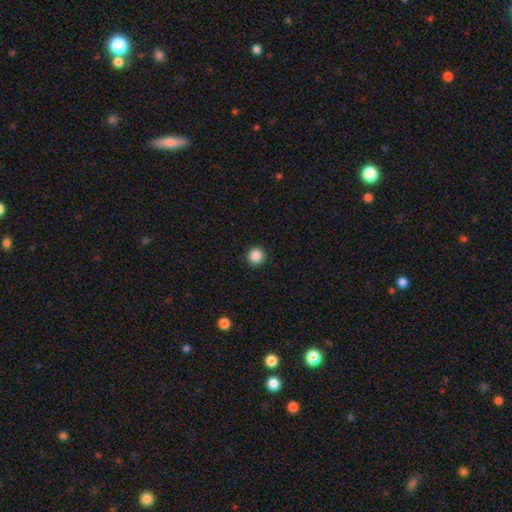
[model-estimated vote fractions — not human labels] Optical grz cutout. It shows a smooth galaxy with no disk features (87%) that is round (96%). Merging: none (93%).